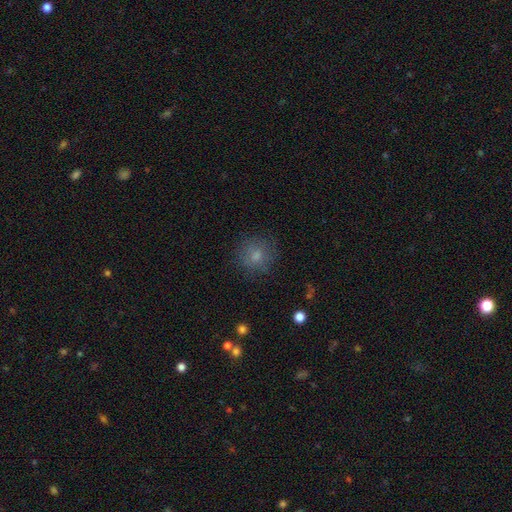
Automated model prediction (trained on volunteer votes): This appears to be a smooth galaxy with no disk features (76%) that is round (86%). Merging: none (79%).